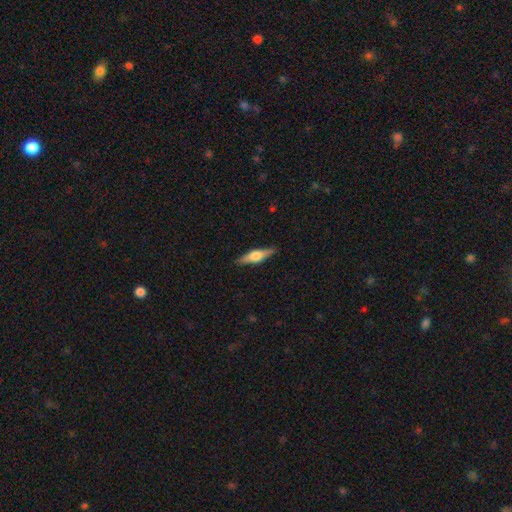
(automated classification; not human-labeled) Smooth or featured: featured or disk — 61% (smooth — 33%)
Edge-on disk: yes — 96% (no — 4%)
Edge-on bulge: rounded — 87% (boxy — 10%)
Merging: none — 89% (minor disturbance — 8%)